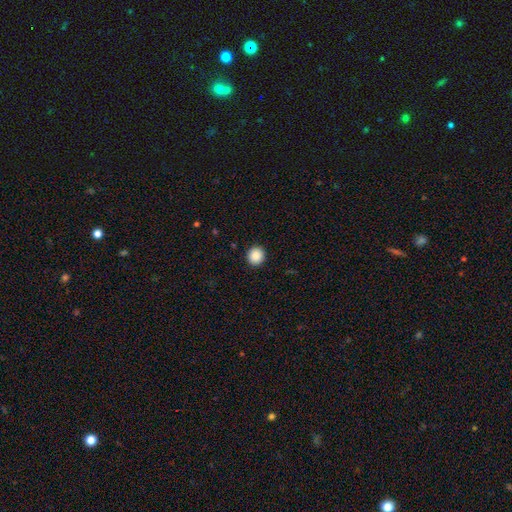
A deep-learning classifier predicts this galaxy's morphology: smooth-or-featured: smooth: 89% | star or artifact: 9% | featured or disk: 3%
  how-rounded: round: 88% | in between: 11% | cigar-shaped: 1%
  merging: none: 93% | minor disturbance: 5% | major disturbance: 2% | merger: 1%